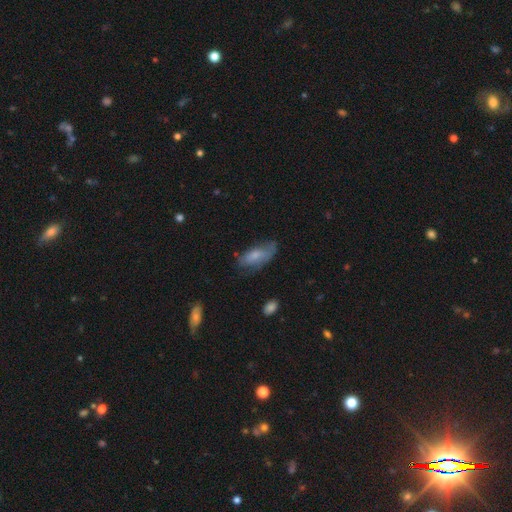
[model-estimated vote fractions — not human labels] Q: Smooth or featured?
A: smooth (63%); runner-up: featured or disk (30%)
Q: How rounded?
A: in between (83%); runner-up: cigar-shaped (14%)
Q: Merging?
A: none (53%); runner-up: minor disturbance (31%)